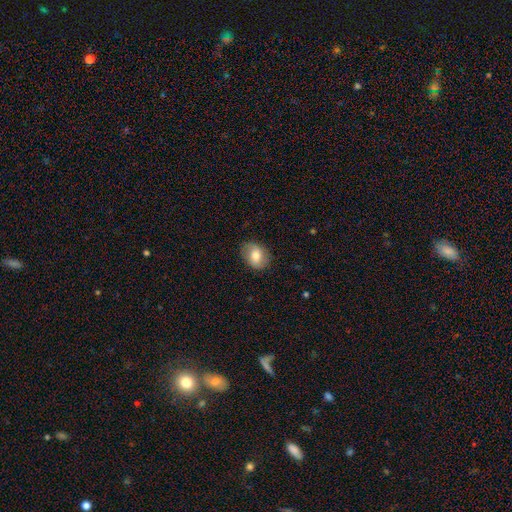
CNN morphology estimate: Smooth or featured? smooth (68%)
How rounded? in between (61%)
Merging? none (81%)